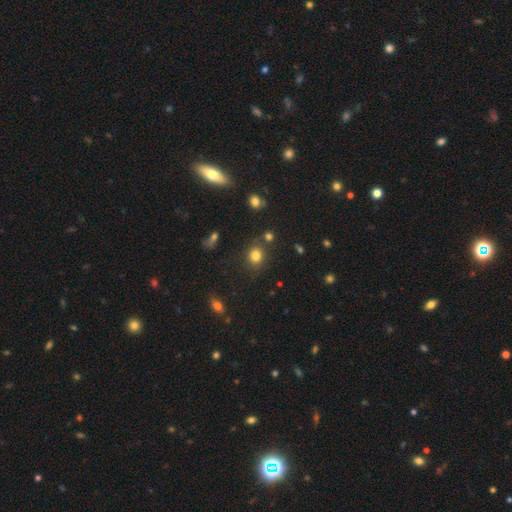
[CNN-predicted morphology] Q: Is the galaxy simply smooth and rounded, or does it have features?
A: smooth — 80%.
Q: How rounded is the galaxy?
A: round — 76%.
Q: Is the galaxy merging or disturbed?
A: none — 78%.